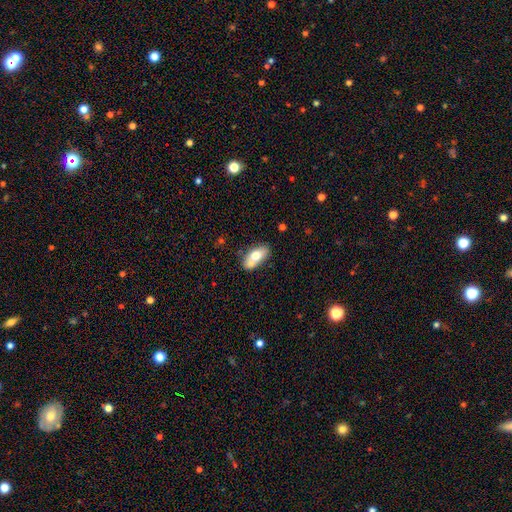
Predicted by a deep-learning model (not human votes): smooth_or_featured: smooth (p=0.66) [alt: featured or disk p=0.27]
how_rounded: in between (p=0.87) [alt: cigar-shaped p=0.08]
merging: none (p=0.53) [alt: merger p=0.27]